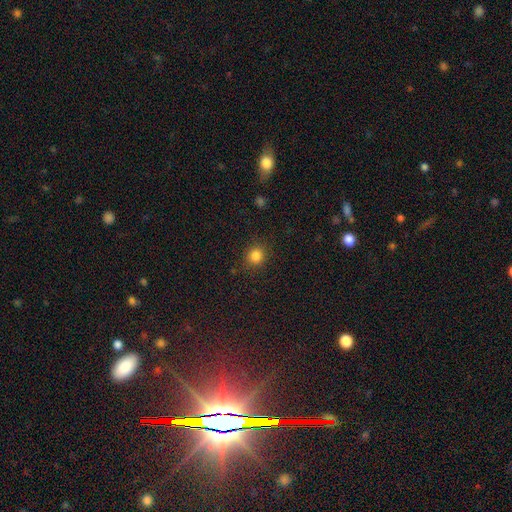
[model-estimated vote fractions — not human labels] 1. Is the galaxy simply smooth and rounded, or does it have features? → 84% smooth, 12% star or artifact, 4% featured or disk.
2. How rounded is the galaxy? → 88% round, 11% in between, 1% cigar-shaped.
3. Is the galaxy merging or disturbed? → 87% none, 8% minor disturbance, 3% major disturbance, 1% merger.